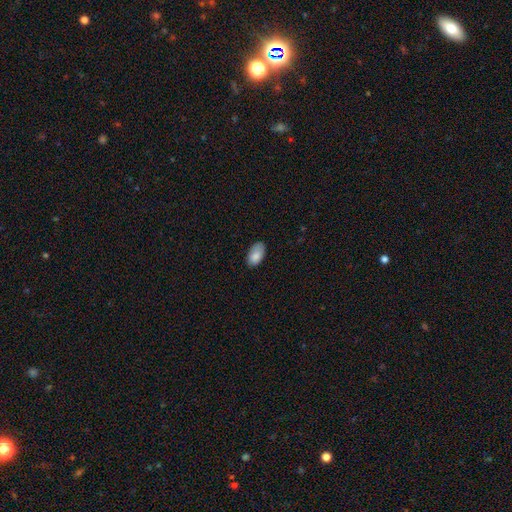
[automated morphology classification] smooth 85%, featured or disk 8%, star or artifact 7%. Down the decision tree: how rounded — in between (94%); merging — none (76%).